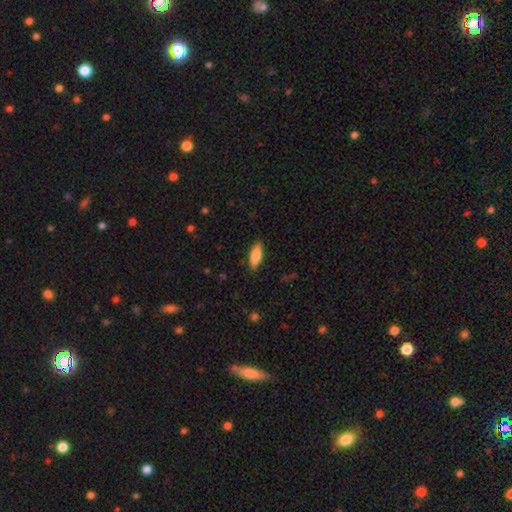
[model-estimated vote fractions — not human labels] Q: Smooth or featured?
A: smooth (78%); runner-up: featured or disk (16%)
Q: How rounded?
A: in between (61%); runner-up: cigar-shaped (37%)
Q: Merging?
A: none (86%); runner-up: minor disturbance (10%)